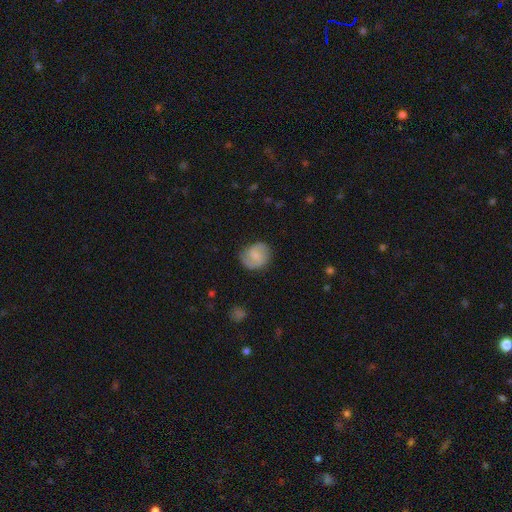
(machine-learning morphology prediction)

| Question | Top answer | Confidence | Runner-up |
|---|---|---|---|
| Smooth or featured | featured or disk | 58% | smooth (35%) |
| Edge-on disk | no | 98% | yes (2%) |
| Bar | no | 47% | weak (45%) |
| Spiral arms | yes | 92% | no (8%) |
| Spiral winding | medium | 48% | tight (30%) |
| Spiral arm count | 2 | 83% | can't tell (8%) |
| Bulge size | small | 59% | moderate (26%) |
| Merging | none | 75% | minor disturbance (18%) |